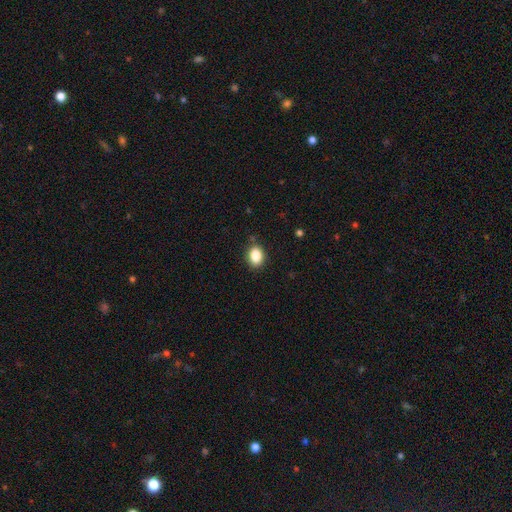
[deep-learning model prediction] Morphology: type=smooth (86%); roundness=in between (66%); merging=none (86%).